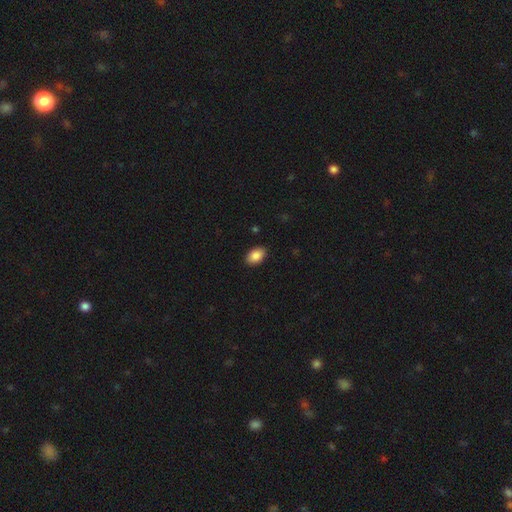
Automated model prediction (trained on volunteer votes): Smooth or featured: smooth — 88% (star or artifact — 7%)
How rounded: in between — 89% (round — 10%)
Merging: none — 89% (minor disturbance — 8%)